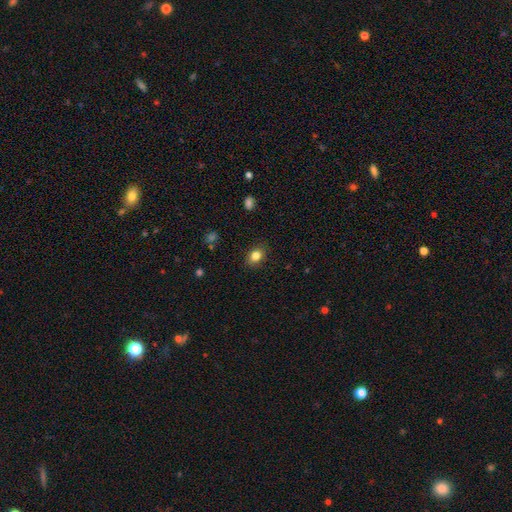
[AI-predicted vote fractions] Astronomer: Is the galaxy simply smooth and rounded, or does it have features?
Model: smooth — 83%.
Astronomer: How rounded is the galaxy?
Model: in between — 61% (runner-up: round, 38%).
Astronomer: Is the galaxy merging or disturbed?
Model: none — 87%.